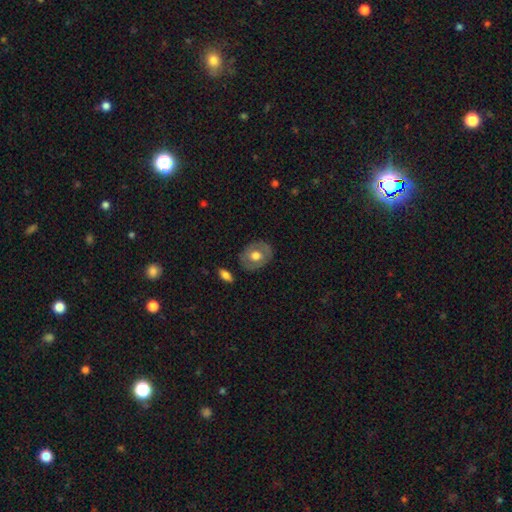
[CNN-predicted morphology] This appears to be a smooth galaxy with no disk features (52%) that is in between round and cigar-shaped (50%). Merging: none (82%).